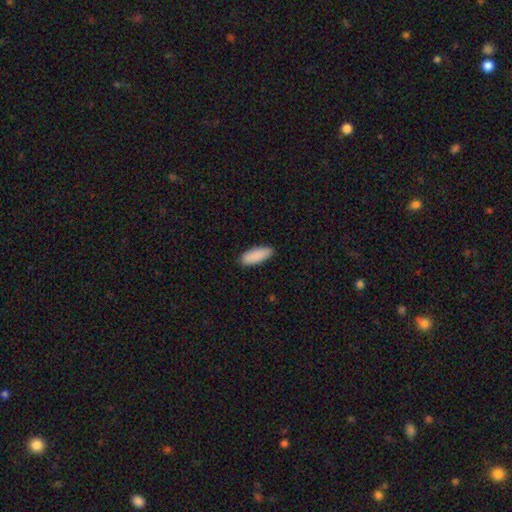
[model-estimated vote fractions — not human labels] This appears to be a smooth galaxy with no disk features (90%) that is in between round and cigar-shaped (75%). Merging: none (84%).